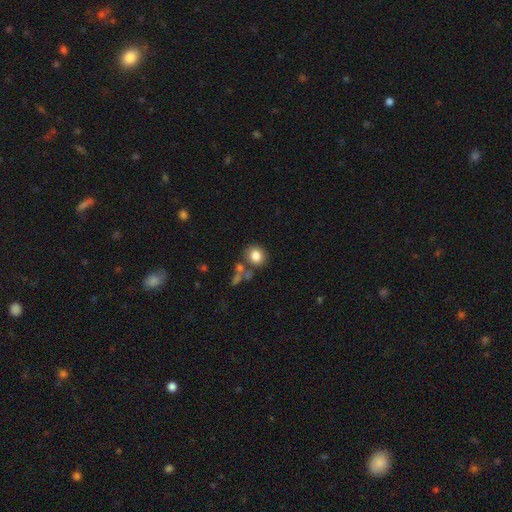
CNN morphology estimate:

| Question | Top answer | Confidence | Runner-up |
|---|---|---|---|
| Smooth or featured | smooth | 81% | star or artifact (10%) |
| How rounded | round | 73% | in between (26%) |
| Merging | none | 69% | merger (13%) |